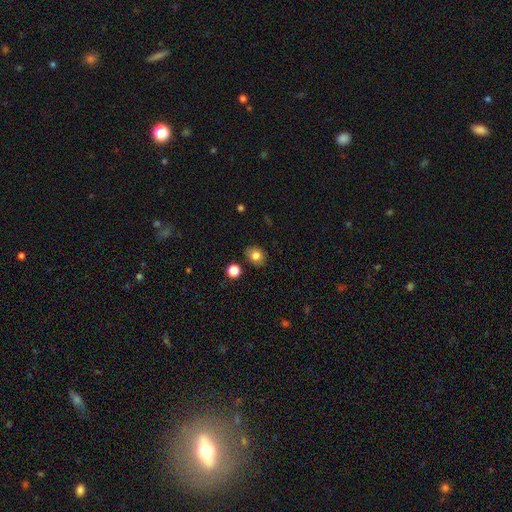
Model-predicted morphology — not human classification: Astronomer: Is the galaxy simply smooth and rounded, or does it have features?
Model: smooth — 81%.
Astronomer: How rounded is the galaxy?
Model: round — 61% (runner-up: in between, 38%).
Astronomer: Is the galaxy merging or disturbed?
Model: none — 85%.